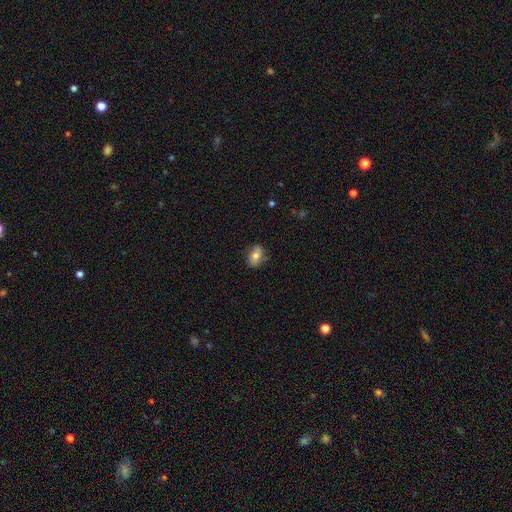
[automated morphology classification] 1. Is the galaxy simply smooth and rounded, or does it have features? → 72% smooth, 19% featured or disk, 9% star or artifact.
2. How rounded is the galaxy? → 76% in between, 22% round, 2% cigar-shaped.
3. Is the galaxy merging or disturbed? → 81% none, 15% minor disturbance, 3% major disturbance, 1% merger.